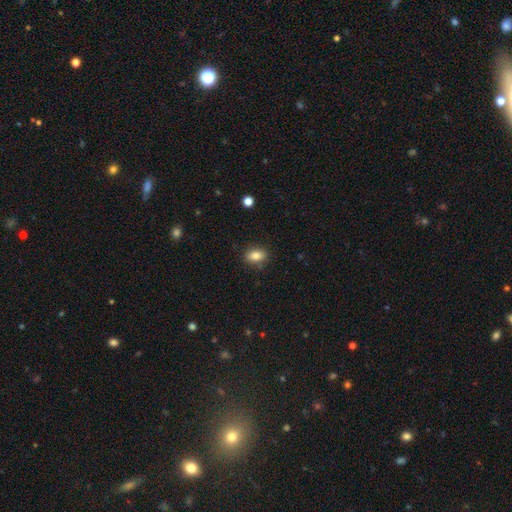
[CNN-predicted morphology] Smooth or featured?
  - smooth: 82% *
  - star or artifact: 9%
  - featured or disk: 9%
How rounded?
  - in between: 79% *
  - round: 19%
  - cigar-shaped: 2%
Merging?
  - none: 87% *
  - minor disturbance: 10%
  - major disturbance: 2%
  - merger: 1%